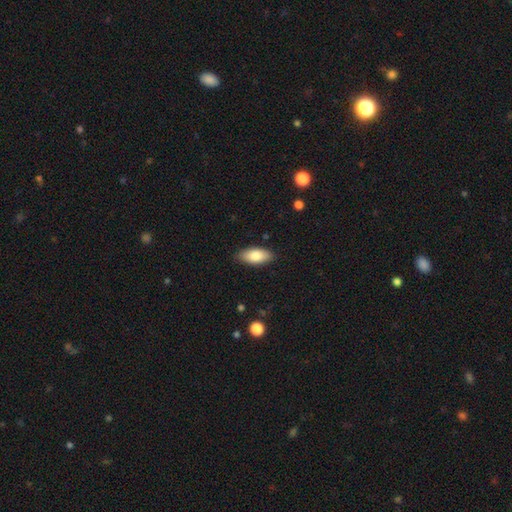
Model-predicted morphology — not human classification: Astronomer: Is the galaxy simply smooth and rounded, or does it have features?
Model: smooth — 81%.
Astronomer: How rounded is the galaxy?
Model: in between — 86%.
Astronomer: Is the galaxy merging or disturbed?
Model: none — 87%.